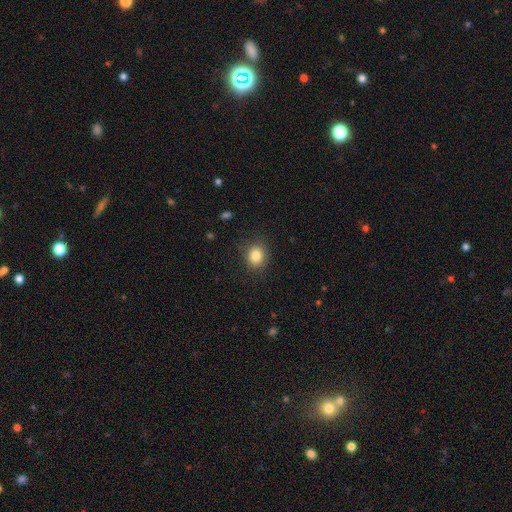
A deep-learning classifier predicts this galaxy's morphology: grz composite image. It shows a smooth galaxy with no disk features (84%) that is round (70%). Merging: none (84%).